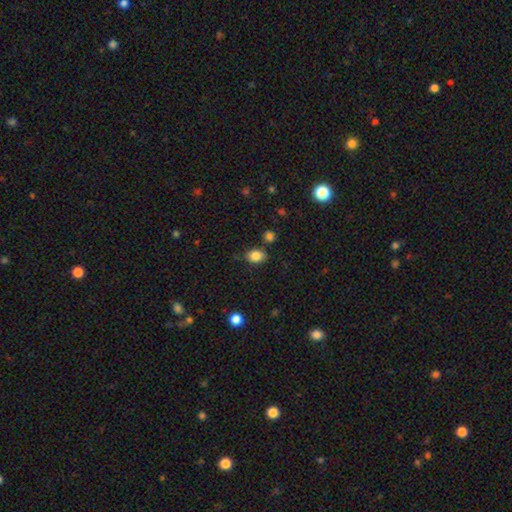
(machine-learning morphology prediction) Smooth or featured?
  - smooth: 85% *
  - star or artifact: 10%
  - featured or disk: 6%
How rounded?
  - in between: 68% *
  - round: 31%
  - cigar-shaped: 1%
Merging?
  - none: 77% *
  - minor disturbance: 14%
  - merger: 5%
  - major disturbance: 3%